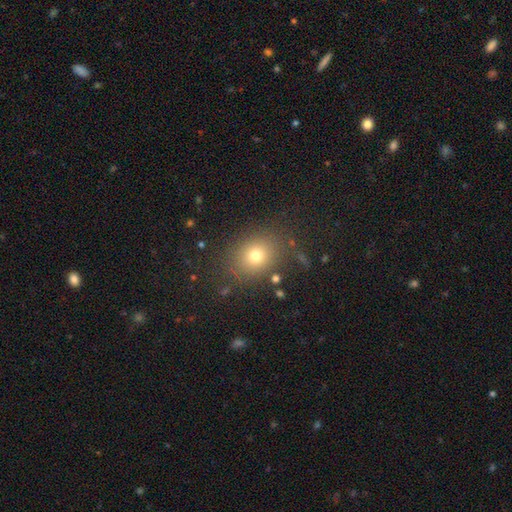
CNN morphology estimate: A smooth galaxy with no disk features (73%) that is round (55%).

Vote fractions:
- Smooth or featured? smooth: 73% / star or artifact: 16% / featured or disk: 11%
- How rounded? round: 55% / in between: 44% / cigar-shaped: 1%
- Merging? none: 83% / minor disturbance: 10% / major disturbance: 5% / merger: 2%